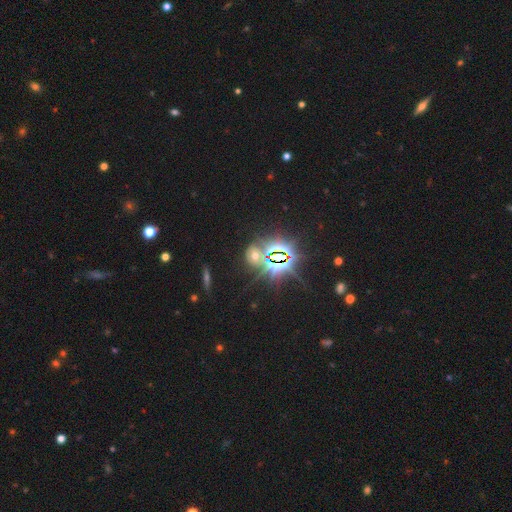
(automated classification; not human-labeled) A star or artifact, not a galaxy (66%).